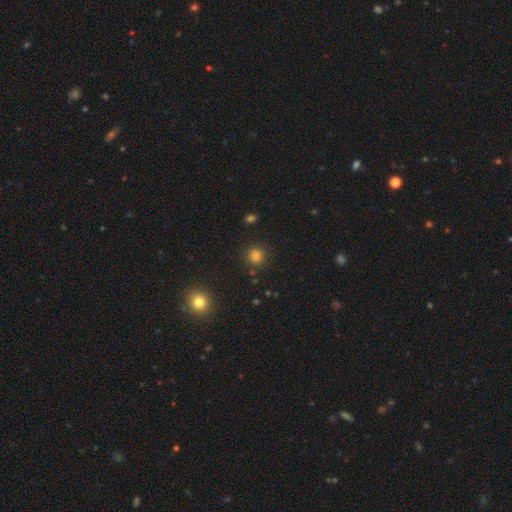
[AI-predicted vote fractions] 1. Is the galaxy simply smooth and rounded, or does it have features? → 80% smooth, 15% star or artifact, 5% featured or disk.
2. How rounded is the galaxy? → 88% round, 11% in between, 1% cigar-shaped.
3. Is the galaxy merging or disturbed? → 86% none, 8% minor disturbance, 3% merger, 3% major disturbance.